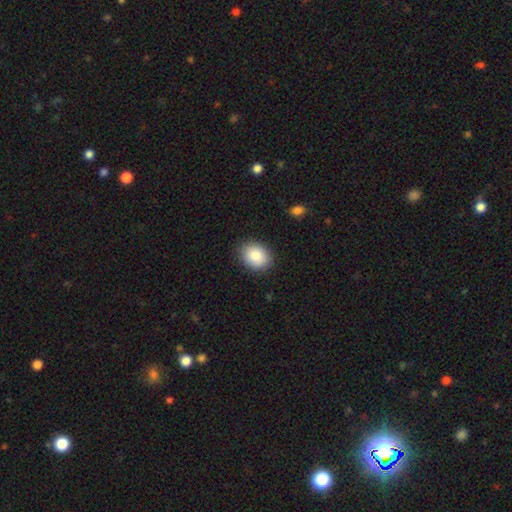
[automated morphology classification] Smooth or featured? Predicted: smooth (p=0.85). How rounded? Predicted: in between (p=0.57). Merging? Predicted: none (p=0.88).